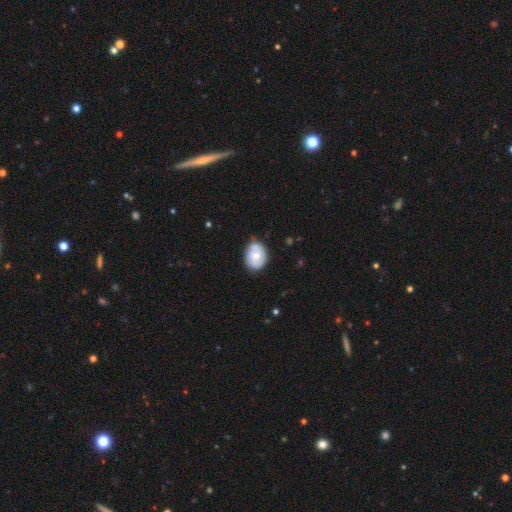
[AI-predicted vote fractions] A smooth galaxy with no disk features (53%) that is in between round and cigar-shaped (60%). Merging: none (69%).